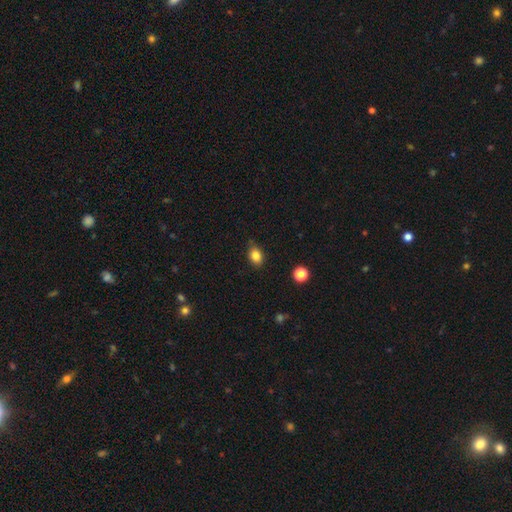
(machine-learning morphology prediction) Smooth or featured: smooth — 83% (star or artifact — 10%)
How rounded: in between — 68% (round — 30%)
Merging: none — 80% (minor disturbance — 16%)